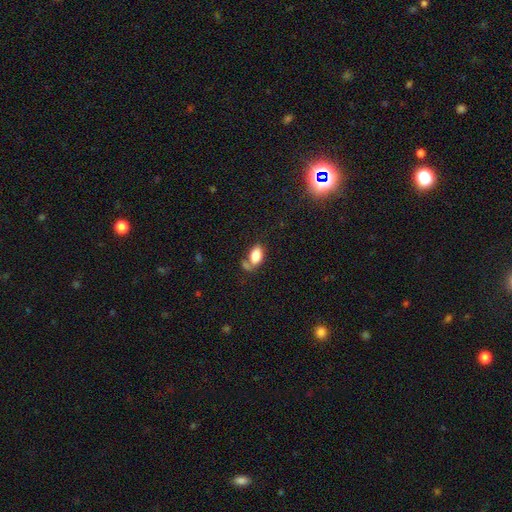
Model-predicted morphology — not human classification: type=smooth (82%); roundness=in between (91%); merging=none (50%).